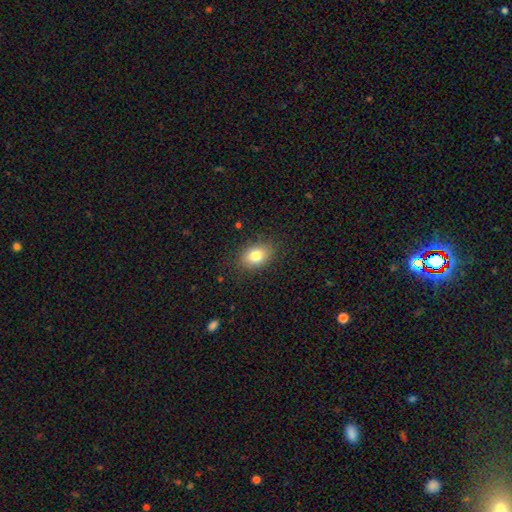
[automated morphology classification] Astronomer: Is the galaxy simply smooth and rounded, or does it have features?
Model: smooth — 81%.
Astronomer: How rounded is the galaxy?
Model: in between — 74%.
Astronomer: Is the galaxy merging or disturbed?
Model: none — 85%.